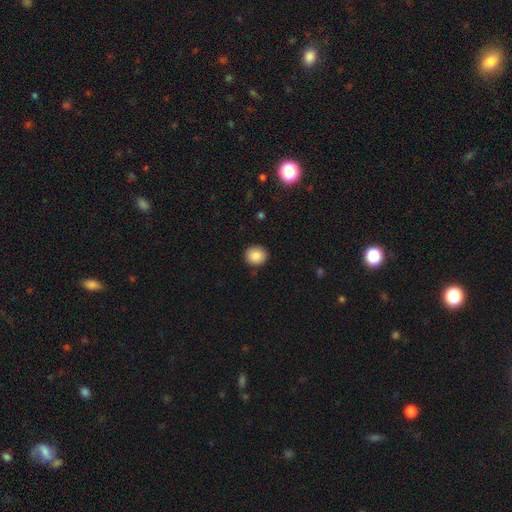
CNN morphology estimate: The model was most divided on "how rounded": round: 86%, in between: 13%, cigar-shaped: 1%. More confident: merging — none (90%); smooth or featured — smooth (86%).